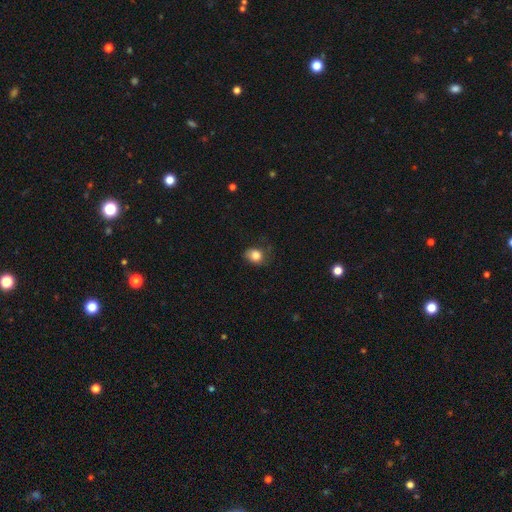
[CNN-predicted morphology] A smooth galaxy with no disk features (82%) that is round (55%).

Vote fractions:
- Smooth or featured? smooth: 82% / star or artifact: 10% / featured or disk: 8%
- How rounded? round: 55% / in between: 45% / cigar-shaped: 1%
- Merging? none: 65% / minor disturbance: 25% / major disturbance: 9% / merger: 1%